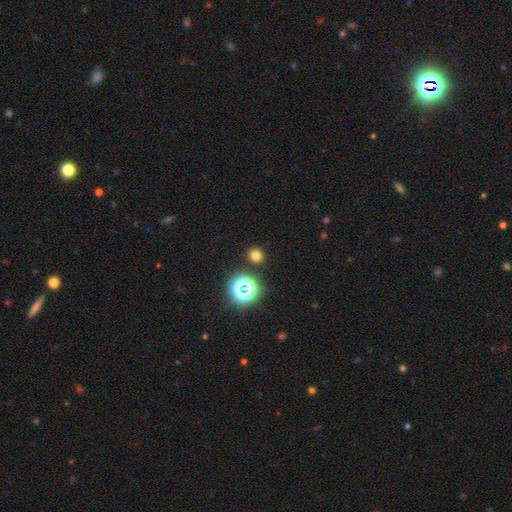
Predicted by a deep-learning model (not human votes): This appears to be a smooth galaxy with no disk features (71%) that is round (83%). Merging: none (88%).